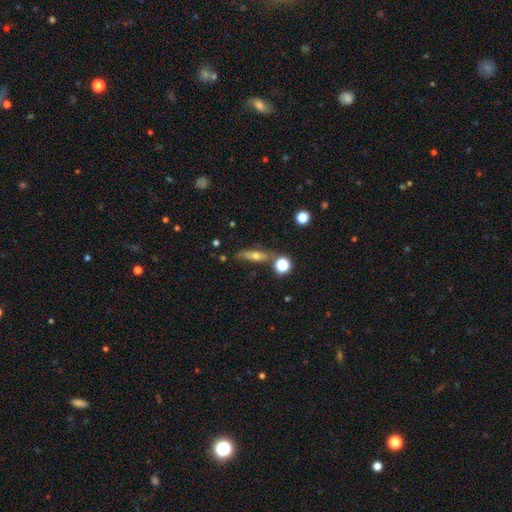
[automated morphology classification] smooth 49%, featured or disk 39%, star or artifact 12%. Down the decision tree: merging — none (67%).